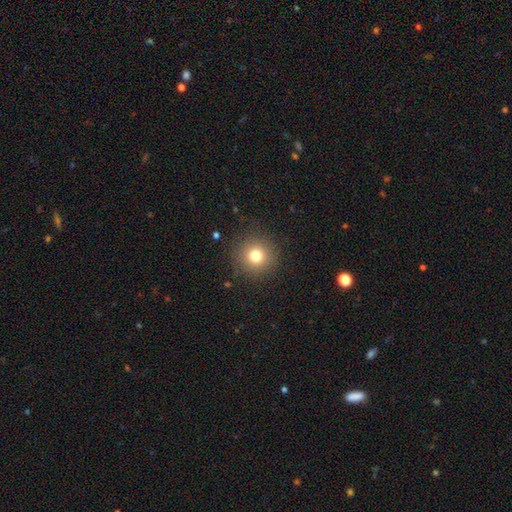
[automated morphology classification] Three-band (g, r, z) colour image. It shows a smooth galaxy with no disk features (76%) that is round (95%). Merging: none (90%).